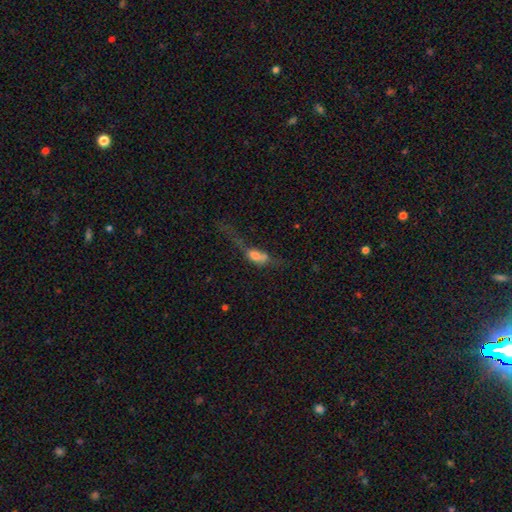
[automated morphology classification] A smooth galaxy with no disk features (59%) that is in between round and cigar-shaped (73%). Merging: major disturbance (53%).